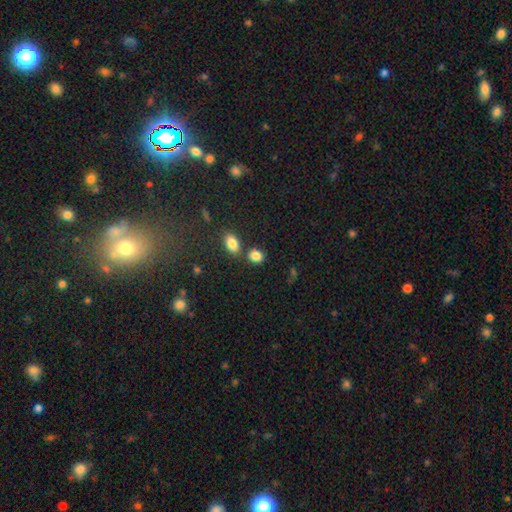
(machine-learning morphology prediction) Smooth or featured: smooth — 85% (star or artifact — 10%)
How rounded: in between — 53% (round — 46%)
Merging: none — 66% (merger — 21%)